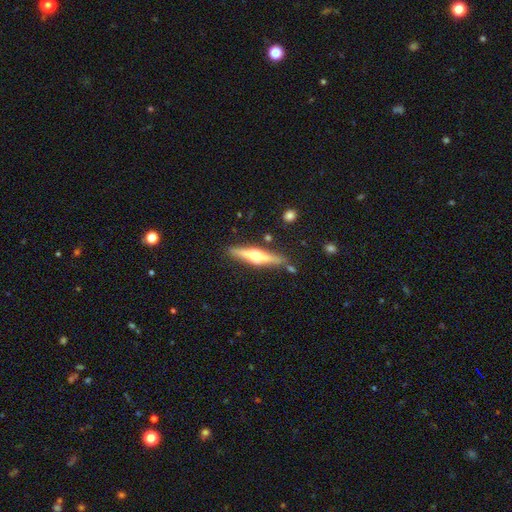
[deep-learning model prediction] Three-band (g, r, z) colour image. It shows a featured or disk galaxy (68%) viewed edge-on (97%) with a rounded central bulge (92%). Merging: none (83%).